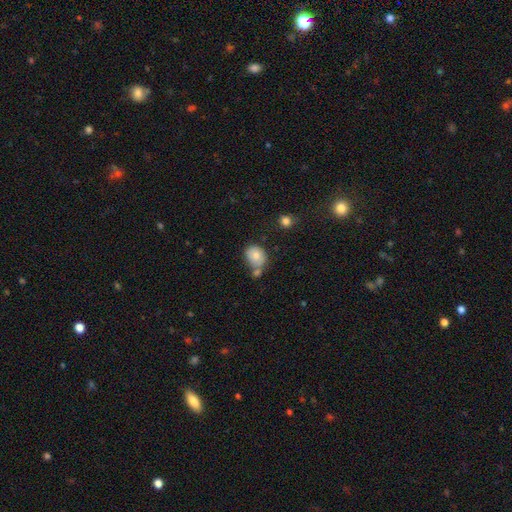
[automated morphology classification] Q: Smooth or featured?
A: smooth (79%); runner-up: featured or disk (12%)
Q: How rounded?
A: round (51%); runner-up: in between (48%)
Q: Merging?
A: none (52%); runner-up: merger (26%)